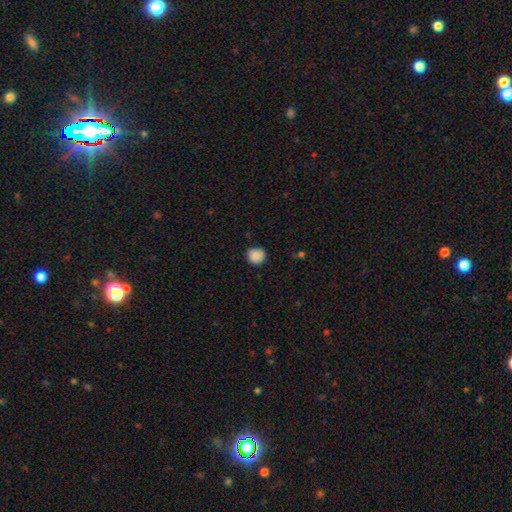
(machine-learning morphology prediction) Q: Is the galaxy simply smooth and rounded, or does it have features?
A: smooth — 88%.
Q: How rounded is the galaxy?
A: round — 89%.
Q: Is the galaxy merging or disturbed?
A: none — 83%.